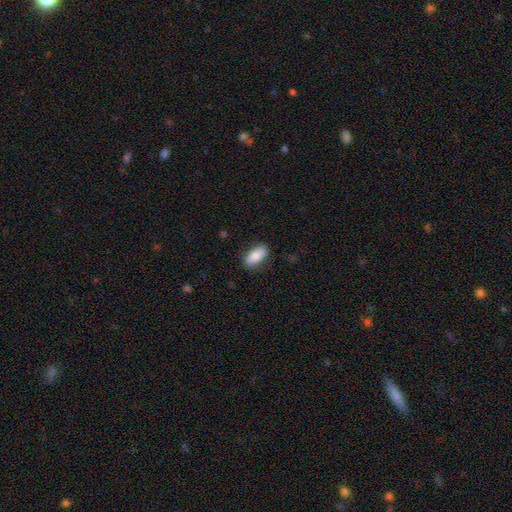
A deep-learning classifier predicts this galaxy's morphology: A smooth galaxy with no disk features (76%) that is in between round and cigar-shaped (88%). Merging: none (81%).